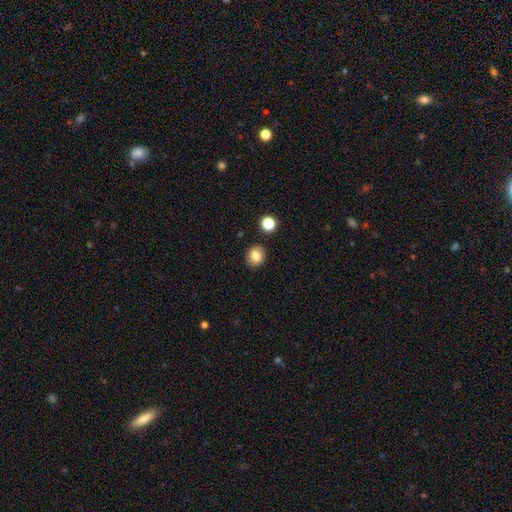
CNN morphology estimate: Smooth or featured? smooth (82%)
How rounded? round (69%)
Merging? none (88%)